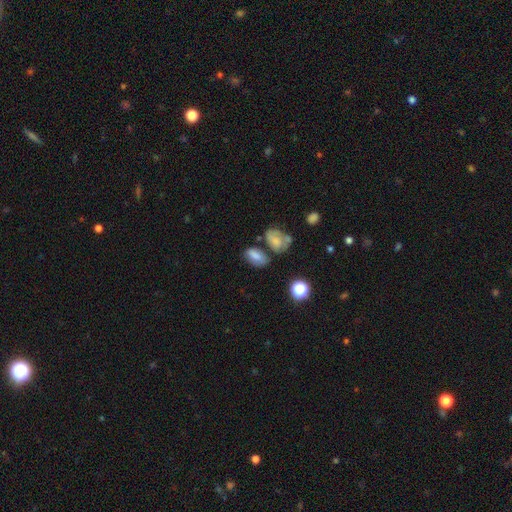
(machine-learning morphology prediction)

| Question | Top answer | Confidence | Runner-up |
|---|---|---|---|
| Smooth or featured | smooth | 74% | featured or disk (14%) |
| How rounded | in between | 86% | round (11%) |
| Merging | none | 53% | minor disturbance (20%) |